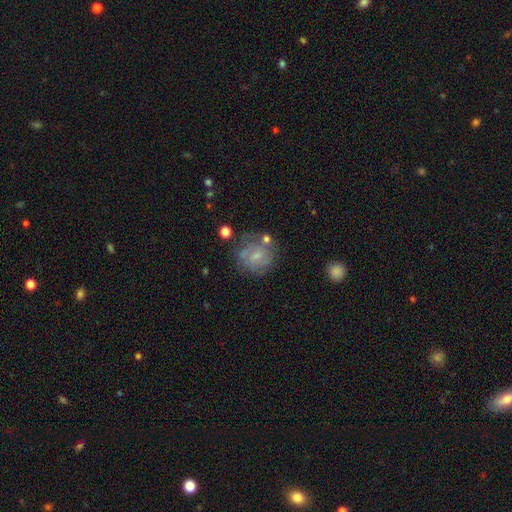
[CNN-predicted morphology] smooth_or_featured: featured or disk (p=0.51) [alt: smooth p=0.39]
disk_edge_on: no (p=0.97) [alt: yes p=0.03]
merging: none (p=0.56) [alt: minor disturbance p=0.21]